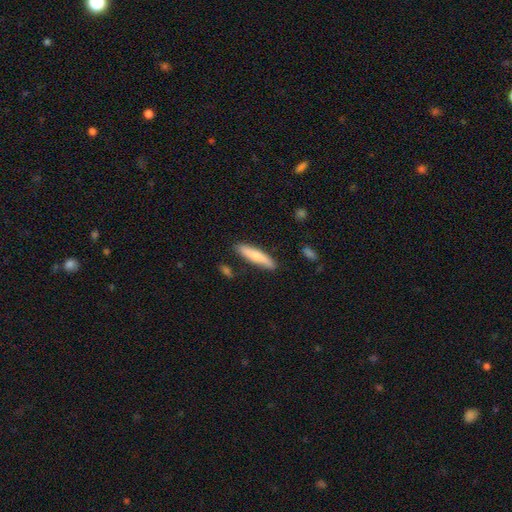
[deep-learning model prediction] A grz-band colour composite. It shows a smooth galaxy with no disk features (72%) that is cigar-shaped (83%). Merging: none (83%).